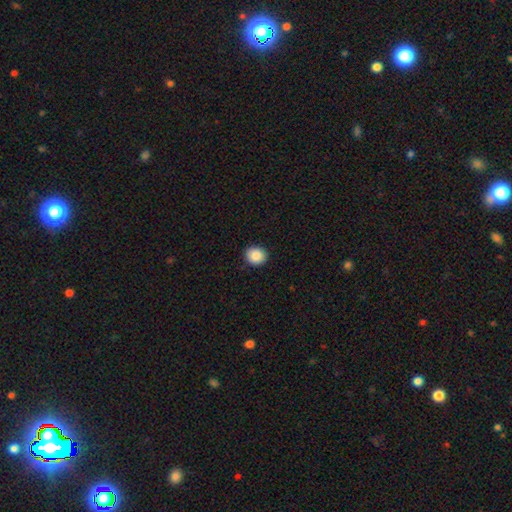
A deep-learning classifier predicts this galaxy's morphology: This is clearly a smooth galaxy (87%). How rounded: clearly round (81%). Merging: clearly none (91%).